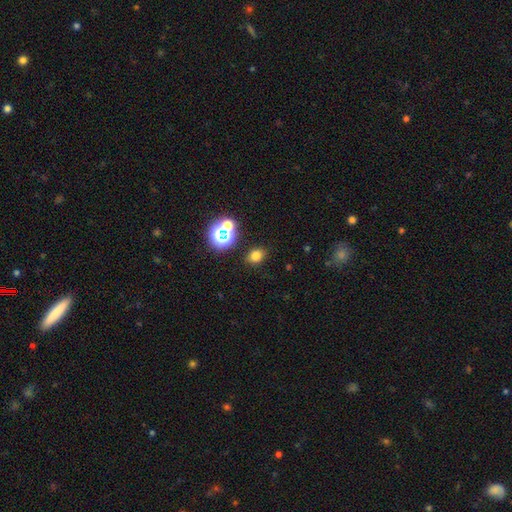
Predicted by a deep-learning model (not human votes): A smooth galaxy with no disk features (72%) that is in between round and cigar-shaped (55%). Merging: none (84%).